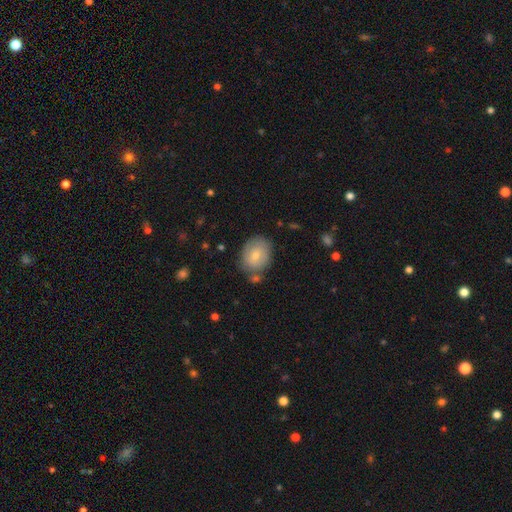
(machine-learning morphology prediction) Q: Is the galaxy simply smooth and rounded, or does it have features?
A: smooth — 69%.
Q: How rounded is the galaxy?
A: round — 57%.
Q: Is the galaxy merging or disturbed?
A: none — 69%.